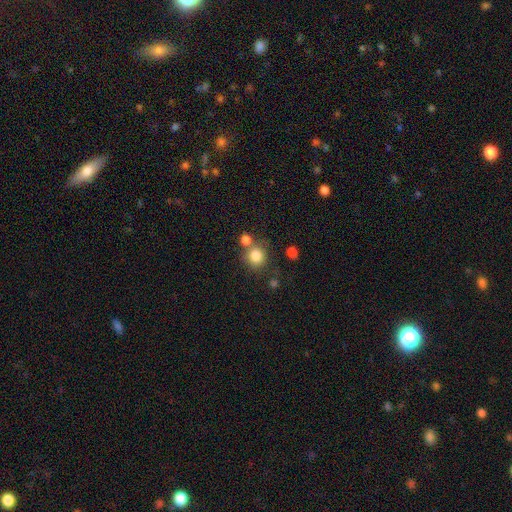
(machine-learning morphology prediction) Q: Smooth or featured?
A: smooth (82%); runner-up: star or artifact (11%)
Q: How rounded?
A: round (89%); runner-up: in between (10%)
Q: Merging?
A: none (67%); runner-up: merger (19%)